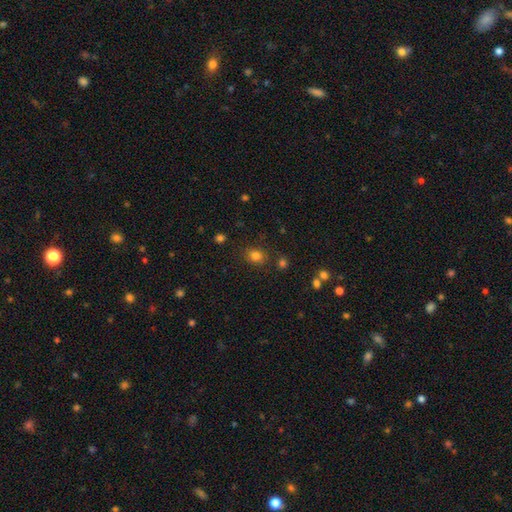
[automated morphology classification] This appears to be a smooth galaxy with no disk features (81%) that is round (59%). Merging: none (83%).